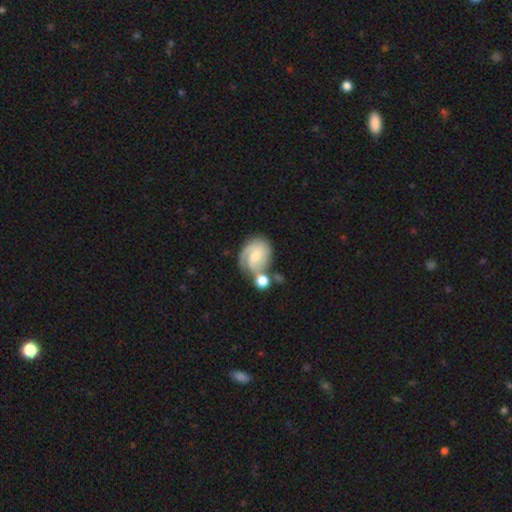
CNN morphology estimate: This is likely a featured or disk galaxy (79%). It is clearly not viewed edge-on (98%). Bar: possibly no (49%). Spiral arm pattern: clearly yes (96%). Spiral arm count: marginally 2 (43%). Spiral winding: possibly tight (49%). Central bulge: possibly small (48%). Merging: possibly none (45%).